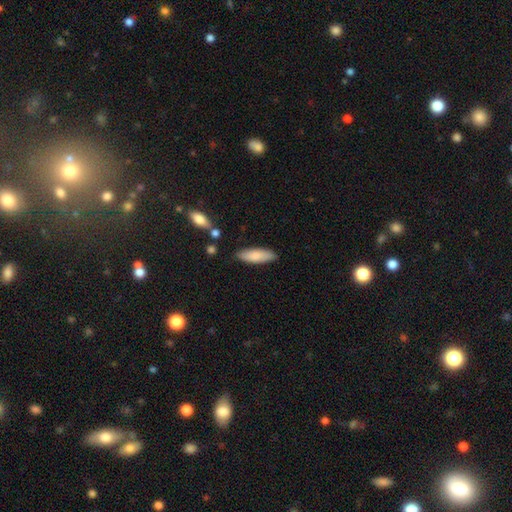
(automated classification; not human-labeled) Morphology: type=smooth (84%); roundness=in between (53%); merging=none (83%).